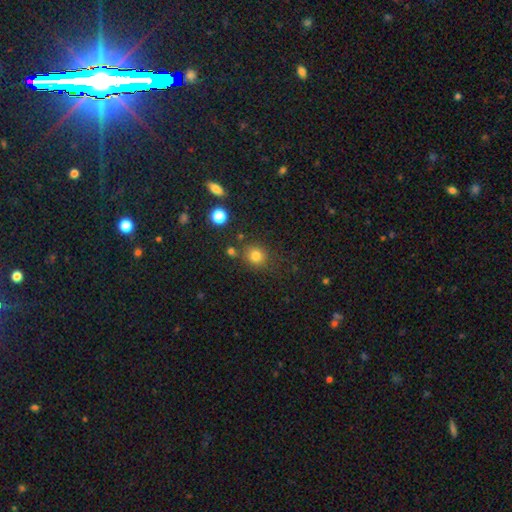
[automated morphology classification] A smooth galaxy with no disk features (80%) that is round (83%). Merging: none (76%).